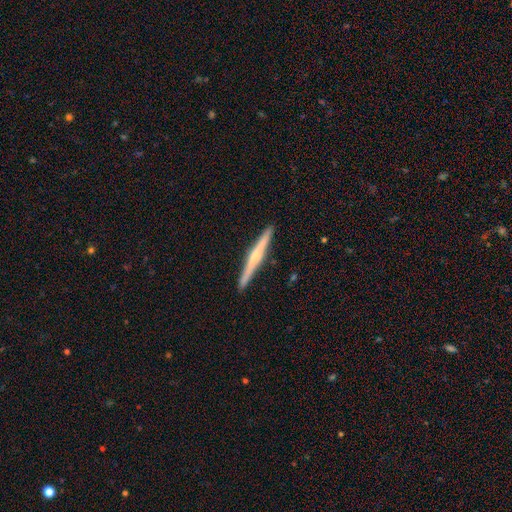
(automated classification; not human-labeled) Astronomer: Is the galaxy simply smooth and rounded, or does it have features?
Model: featured or disk — 66%.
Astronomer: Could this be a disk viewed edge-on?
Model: yes — 98%.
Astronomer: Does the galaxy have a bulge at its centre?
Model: rounded — 62%.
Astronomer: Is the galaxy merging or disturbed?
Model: none — 92%.